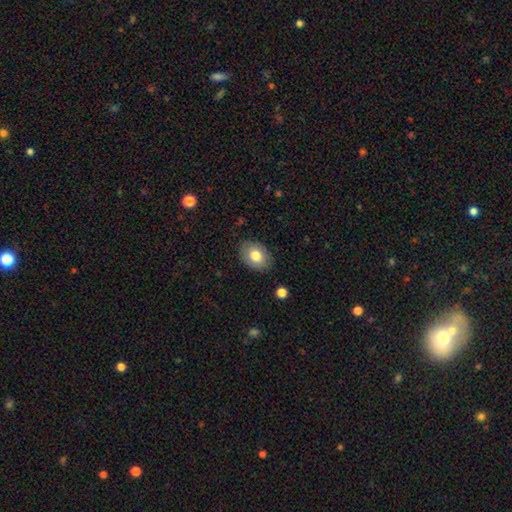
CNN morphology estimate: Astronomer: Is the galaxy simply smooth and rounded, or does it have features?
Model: smooth — 76%.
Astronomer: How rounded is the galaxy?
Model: in between — 74%.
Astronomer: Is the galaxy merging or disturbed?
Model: none — 84%.